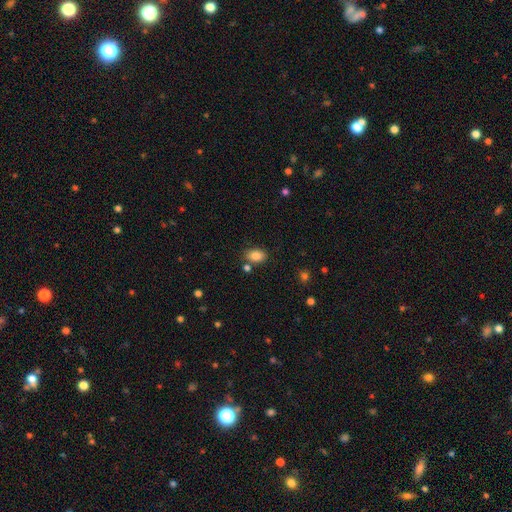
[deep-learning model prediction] Morphology: type=smooth (86%); roundness=in between (84%); merging=none (75%).